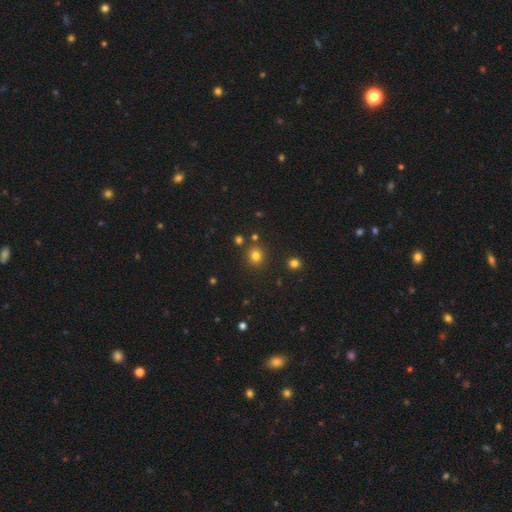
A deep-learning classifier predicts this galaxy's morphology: Smooth or featured? Predicted: smooth (p=0.79). How rounded? Predicted: round (p=0.89). Merging? Predicted: none (p=0.85).